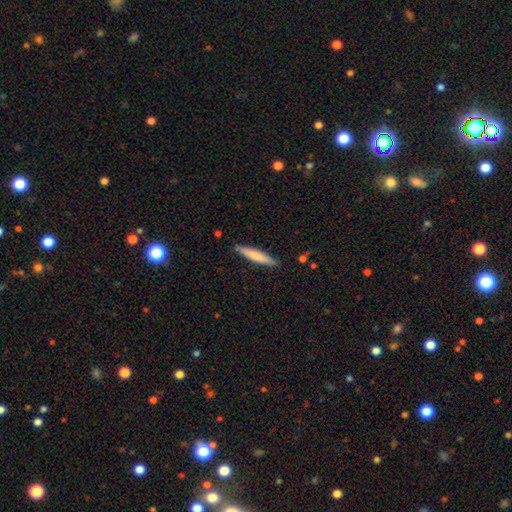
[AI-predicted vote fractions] smooth-or-featured: smooth: 72% | featured or disk: 23% | star or artifact: 5%
  how-rounded: cigar-shaped: 91% | in between: 8% | round: 1%
  merging: none: 89% | minor disturbance: 8% | major disturbance: 2% | merger: 1%